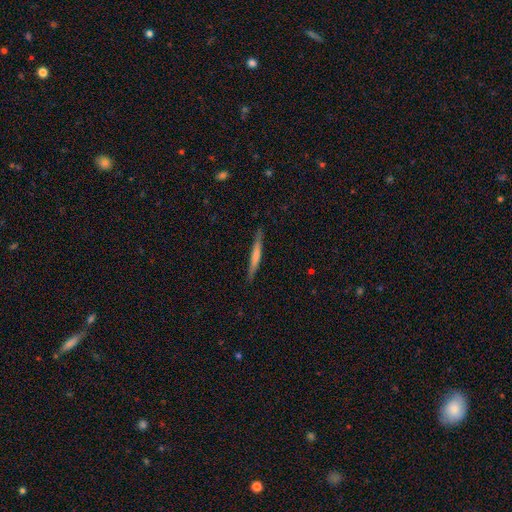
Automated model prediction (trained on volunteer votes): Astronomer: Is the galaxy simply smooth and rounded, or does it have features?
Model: smooth — 55% (runner-up: featured or disk, 39%).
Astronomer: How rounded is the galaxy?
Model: cigar-shaped — 96%.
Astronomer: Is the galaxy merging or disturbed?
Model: none — 88%.